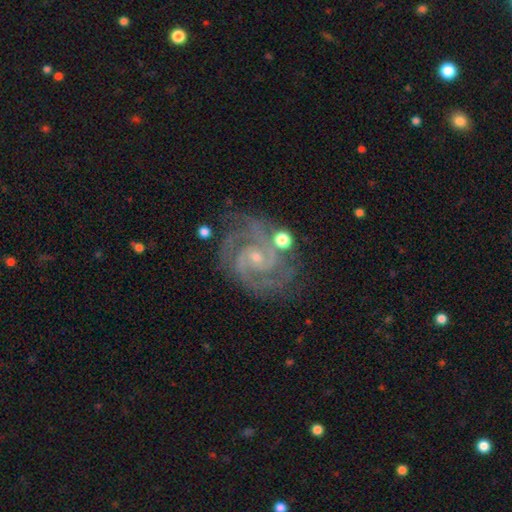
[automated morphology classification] smooth-or-featured: featured or disk: 91% | star or artifact: 6% | smooth: 3%
  disk-edge-on: no: 98% | yes: 2%
    bar: no: 53% | weak: 36% | strong: 11%
    has-spiral-arms: yes: 98% | no: 2%
      spiral-winding: tight: 59% | medium: 37% | loose: 4%
      spiral-arm-count: 2: 58% | 3: 21% | can't tell: 8% | 4: 6% | more than 4: 4% | 1: 4%
    bulge-size: small: 76% | moderate: 18% | none: 4% | large: 1% | dominant: 1%
  merging: none: 72% | minor disturbance: 17% | major disturbance: 6% | merger: 5%